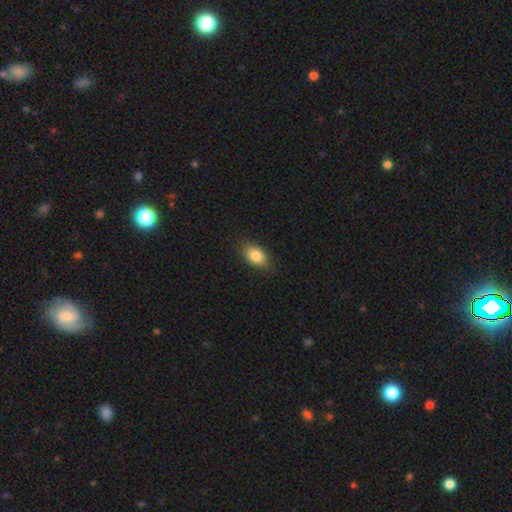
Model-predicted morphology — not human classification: Smooth or featured? smooth (85%)
How rounded? in between (89%)
Merging? none (85%)